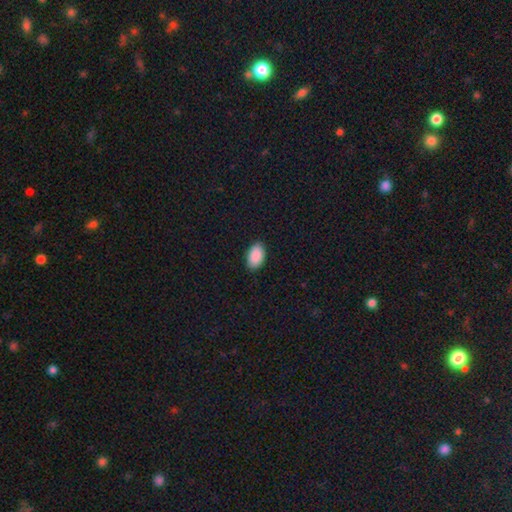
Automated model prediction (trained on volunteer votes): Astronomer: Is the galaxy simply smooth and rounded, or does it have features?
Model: smooth — 91%.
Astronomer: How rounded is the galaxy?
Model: in between — 95%.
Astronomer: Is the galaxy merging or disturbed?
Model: none — 89%.